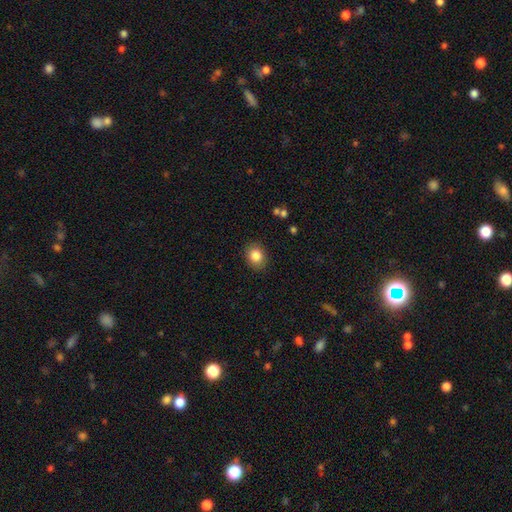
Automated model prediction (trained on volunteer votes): Smooth or featured: smooth — 84% (star or artifact — 9%)
How rounded: round — 59% (in between — 40%)
Merging: none — 88% (minor disturbance — 9%)